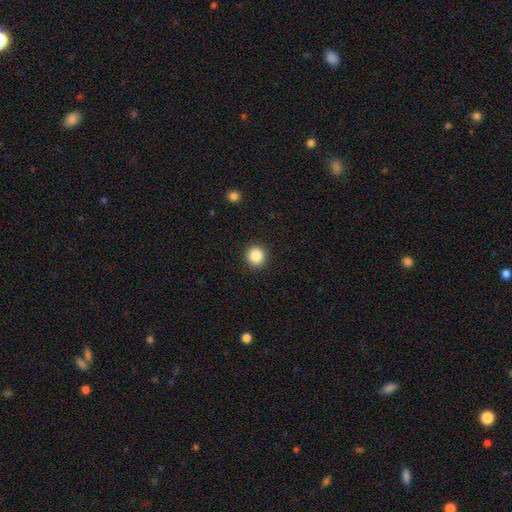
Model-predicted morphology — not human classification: A smooth galaxy with no disk features (87%) that is round (93%). Merging: none (92%).